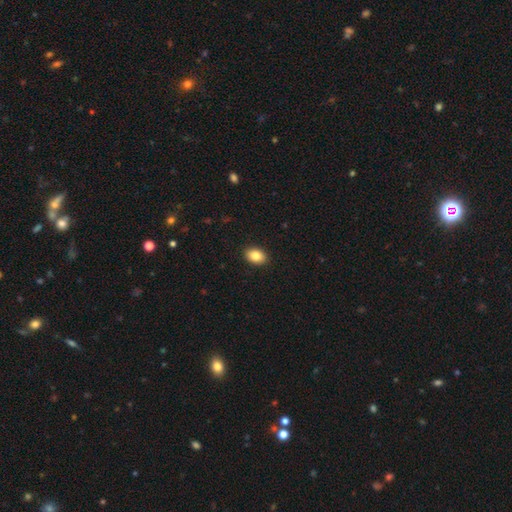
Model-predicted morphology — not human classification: Overall: smooth (85%). How rounded: in between (81%). Merging: none (91%).